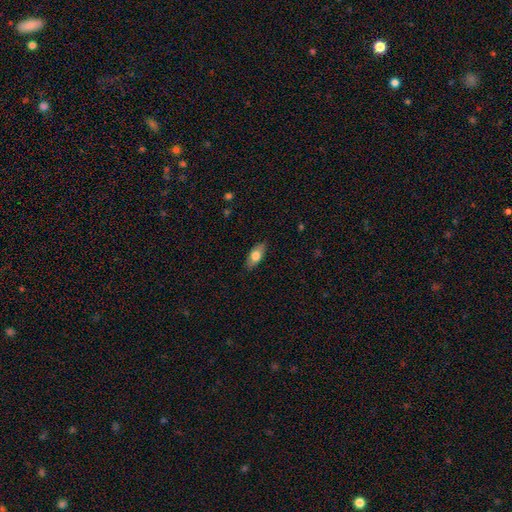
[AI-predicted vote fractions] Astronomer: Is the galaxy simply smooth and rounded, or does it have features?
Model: smooth — 70%.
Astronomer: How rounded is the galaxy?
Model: in between — 84%.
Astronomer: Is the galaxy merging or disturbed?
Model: none — 85%.